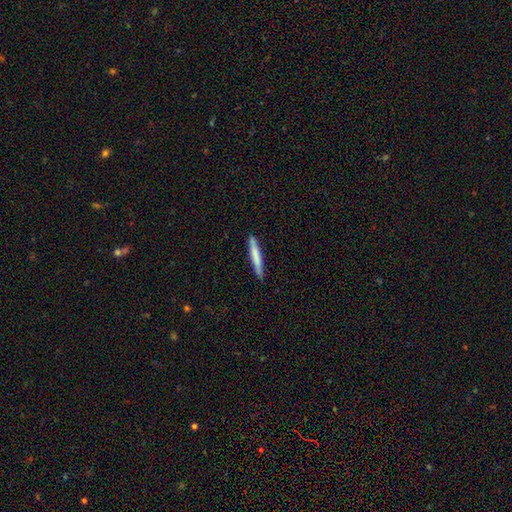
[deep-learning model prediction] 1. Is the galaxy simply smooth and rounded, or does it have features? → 71% smooth, 23% featured or disk, 5% star or artifact.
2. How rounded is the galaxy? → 95% cigar-shaped, 4% in between, 1% round.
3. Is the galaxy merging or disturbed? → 86% none, 10% minor disturbance, 2% merger, 2% major disturbance.